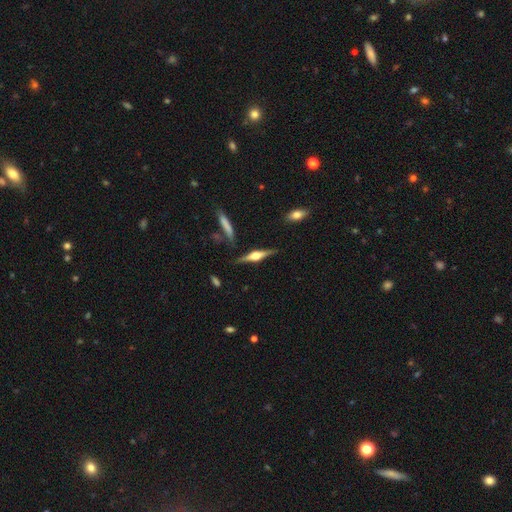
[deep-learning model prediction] This is likely a featured or disk galaxy (74%). It is clearly viewed edge-on (97%). Edge-on bulge: clearly rounded (90%). Merging: clearly none (82%).